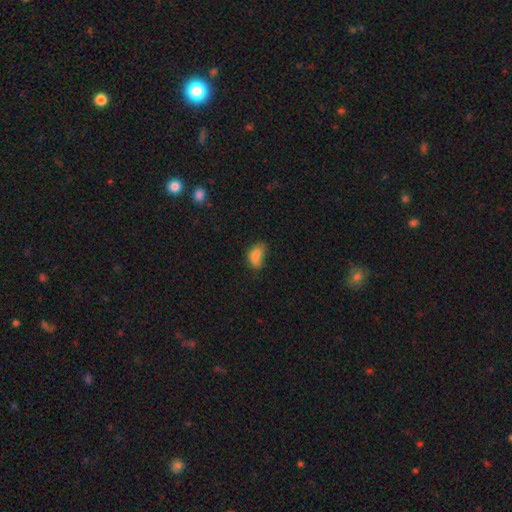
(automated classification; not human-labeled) Overall: smooth (80%). How rounded: in between (88%). Merging: none (37%; minor disturbance 35%).